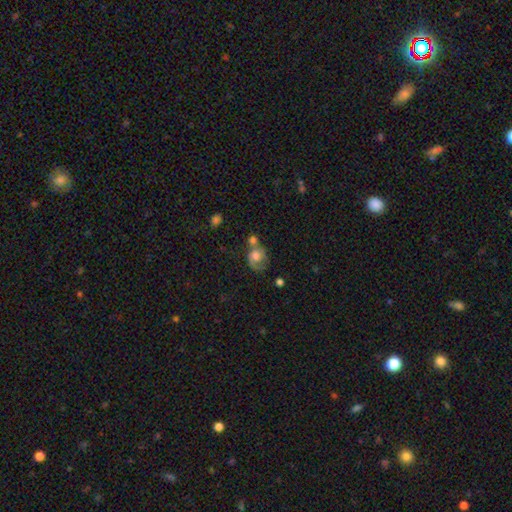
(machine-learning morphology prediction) A smooth galaxy with no disk features (55%) that is round (59%). Merging: merger (35%).